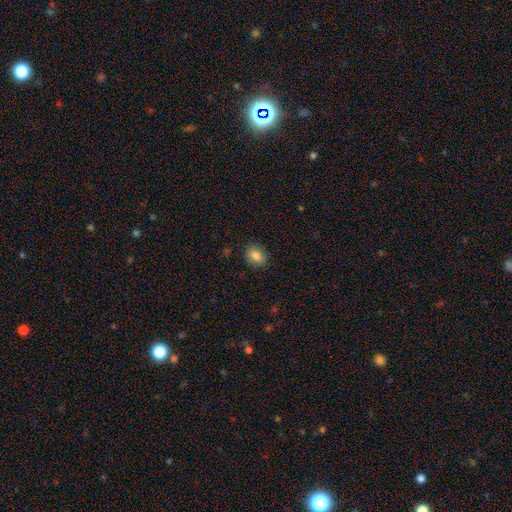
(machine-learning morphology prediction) A smooth galaxy with no disk features (82%) that is in between round and cigar-shaped (62%). Merging: none (86%).